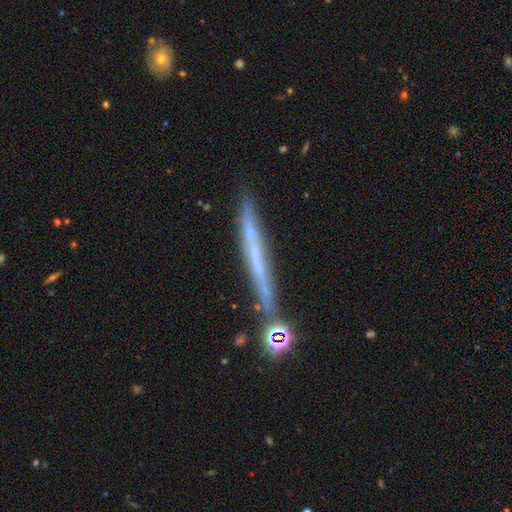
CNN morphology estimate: Smooth or featured?
  - featured or disk: 57% *
  - smooth: 32%
  - star or artifact: 11%
Edge-on disk?
  - yes: 90% *
  - no: 10%
Edge-on bulge?
  - none: 87% *
  - rounded: 8%
  - boxy: 5%
Merging?
  - none: 69% *
  - minor disturbance: 17%
  - merger: 9%
  - major disturbance: 5%